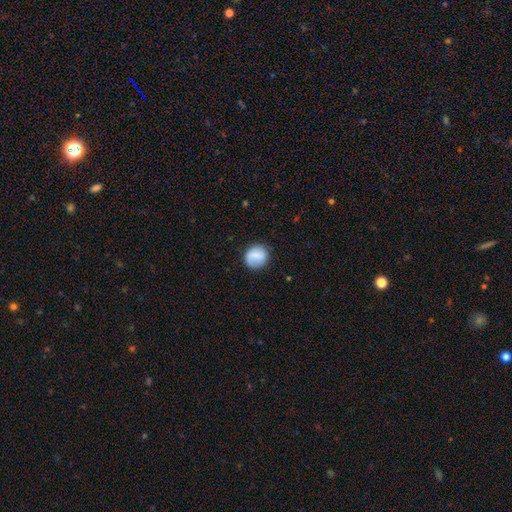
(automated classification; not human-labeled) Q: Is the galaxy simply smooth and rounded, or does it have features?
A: smooth — 76%.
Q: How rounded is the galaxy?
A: round — 87%.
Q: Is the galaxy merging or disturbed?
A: none — 77%.